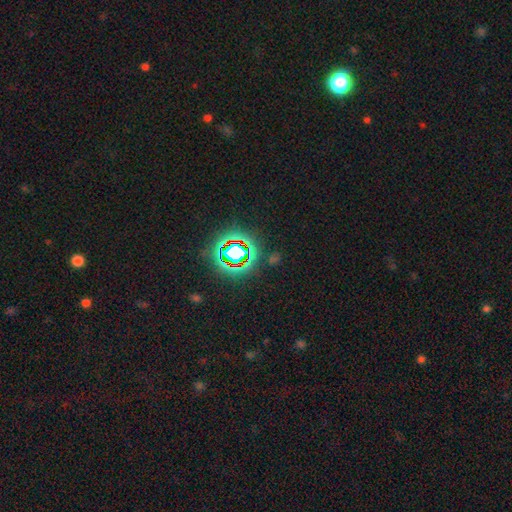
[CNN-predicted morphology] smooth_or_featured: star or artifact (p=0.79) [alt: smooth p=0.14]